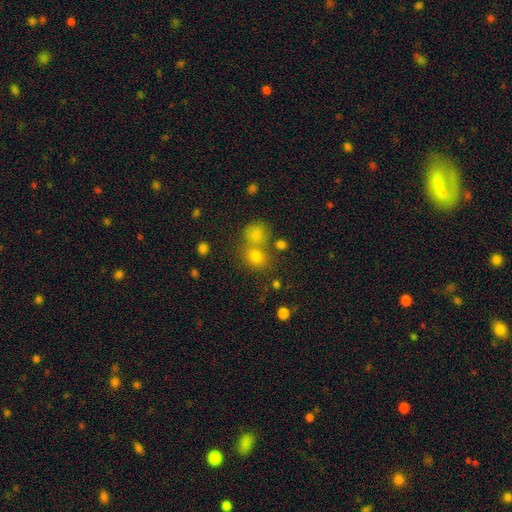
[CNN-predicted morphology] Smooth or featured? smooth (70%)
How rounded? round (80%)
Merging? none (53%)